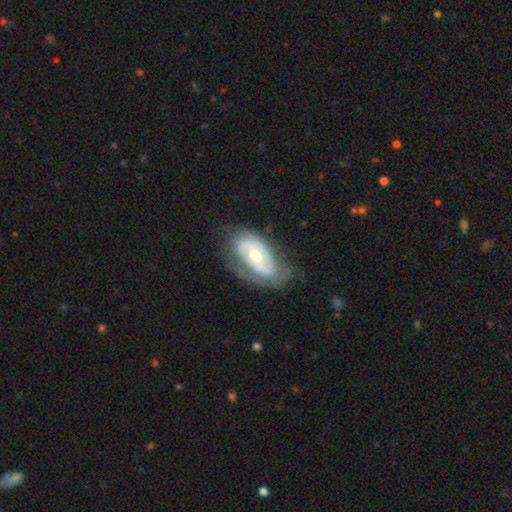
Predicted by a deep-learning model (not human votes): Smooth or featured?
  - featured or disk: 71% *
  - smooth: 24%
  - star or artifact: 6%
Edge-on disk?
  - no: 93% *
  - yes: 7%
Bar?
  - no: 71% *
  - weak: 21%
  - strong: 9%
Spiral arms?
  - yes: 64% *
  - no: 36%
Bulge size?
  - moderate: 62% *
  - small: 32%
  - large: 4%
  - none: 1%
  - dominant: 1%
Merging?
  - none: 61% *
  - minor disturbance: 25%
  - major disturbance: 13%
  - merger: 1%